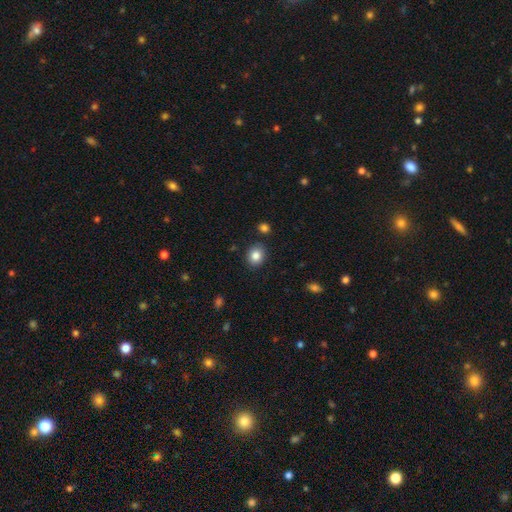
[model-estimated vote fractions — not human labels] Morphology: type=smooth (84%); roundness=round (57%); merging=none (87%).